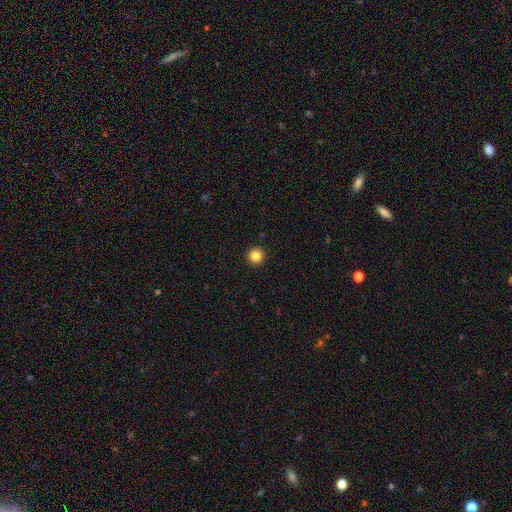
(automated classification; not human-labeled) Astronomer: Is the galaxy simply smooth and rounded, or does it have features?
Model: smooth — 86%.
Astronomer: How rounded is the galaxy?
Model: round — 96%.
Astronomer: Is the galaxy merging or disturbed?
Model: none — 94%.